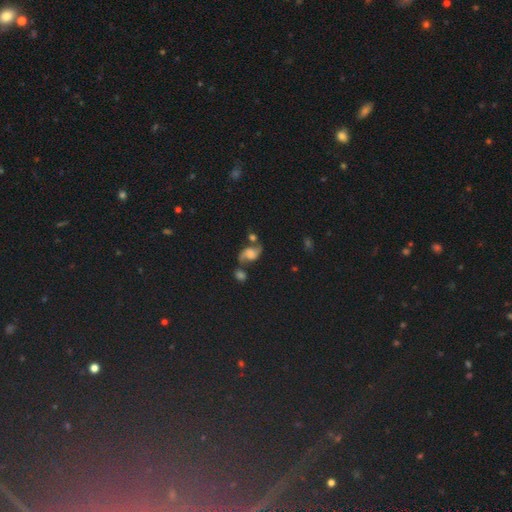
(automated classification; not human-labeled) smooth_or_featured: featured or disk (p=0.58) [alt: smooth p=0.23]
disk_edge_on: no (p=0.95) [alt: yes p=0.05]
bar: no (p=0.61) [alt: weak p=0.31]
has_spiral_arms: yes (p=0.88) [alt: no p=0.12]
bulge_size: large (p=0.34) [alt: moderate p=0.28]
merging: none (p=0.49) [alt: merger p=0.24]